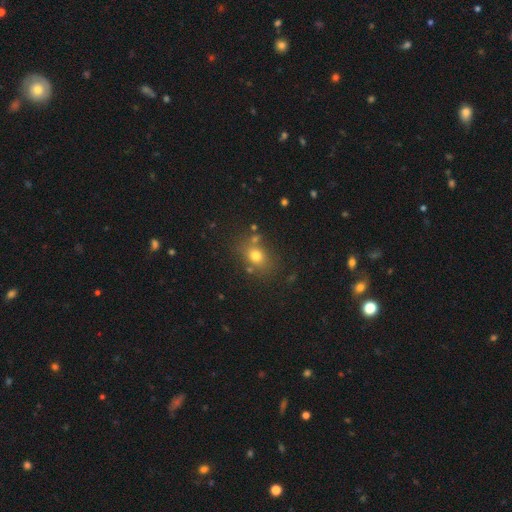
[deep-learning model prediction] Smooth or featured: smooth — 73% (star or artifact — 16%)
How rounded: in between — 53% (round — 45%)
Merging: none — 73% (minor disturbance — 13%)